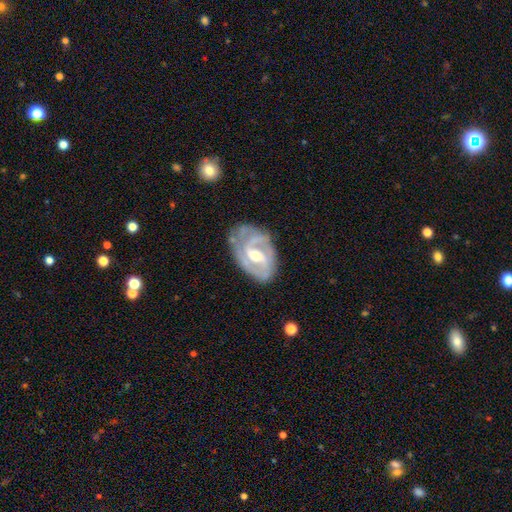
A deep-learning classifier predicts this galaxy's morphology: smooth_or_featured: featured or disk (p=0.87) [alt: smooth p=0.08]
disk_edge_on: no (p=0.96) [alt: yes p=0.04]
bar: weak (p=0.49) [alt: strong p=0.32]
has_spiral_arms: yes (p=0.94) [alt: no p=0.06]
spiral_winding: tight (p=0.45) [alt: medium p=0.42]
spiral_arm_count: 2 (p=0.64) [alt: can't tell p=0.14]
bulge_size: moderate (p=0.63) [alt: small p=0.32]
merging: none (p=0.65) [alt: minor disturbance p=0.24]